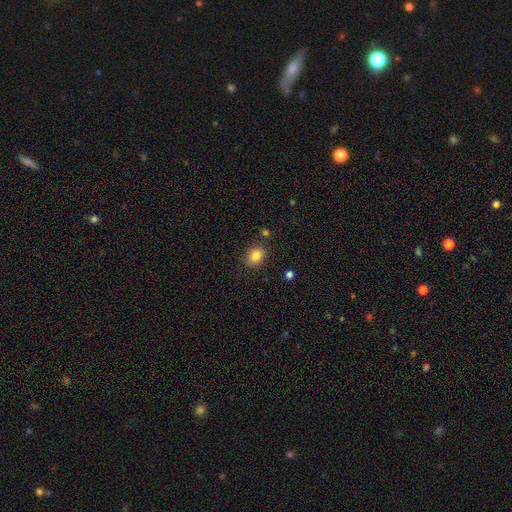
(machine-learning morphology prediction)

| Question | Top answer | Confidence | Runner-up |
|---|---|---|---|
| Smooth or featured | smooth | 83% | star or artifact (10%) |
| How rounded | in between | 55% | round (44%) |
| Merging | none | 84% | minor disturbance (11%) |